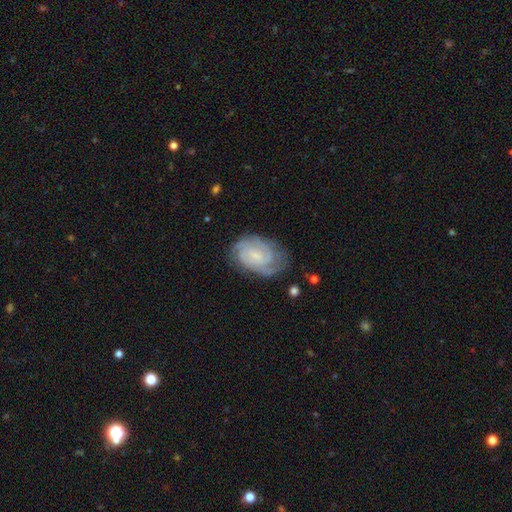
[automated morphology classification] A featured or disk galaxy (80%) with no bar (52%), 2 (40%) tight (64%) spiral arms (96%) and a small central bulge (65%). Merging: none (71%).